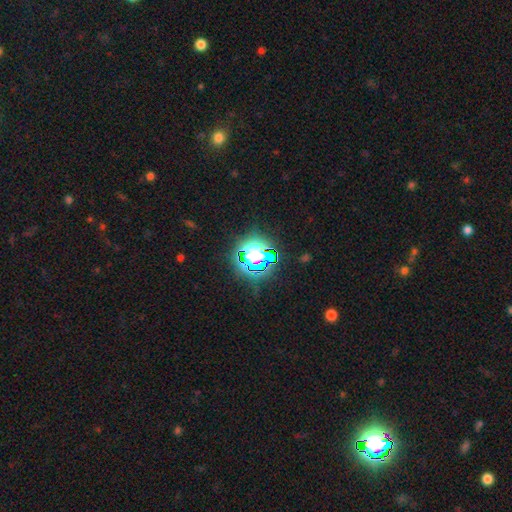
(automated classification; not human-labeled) A star or artifact, not a galaxy (66%).